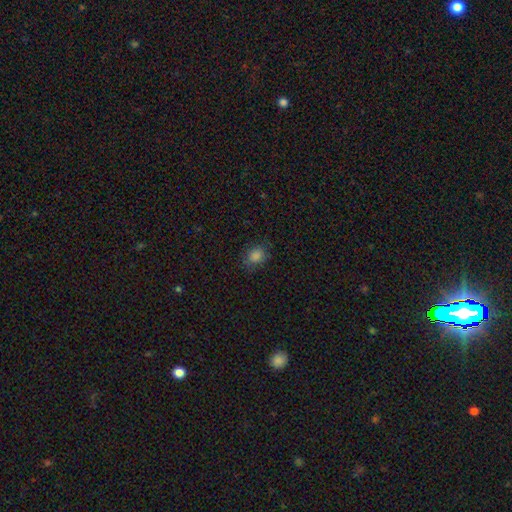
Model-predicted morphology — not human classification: Smooth or featured: smooth — 79% (star or artifact — 16%)
How rounded: round — 53% (in between — 45%)
Merging: none — 79% (minor disturbance — 16%)